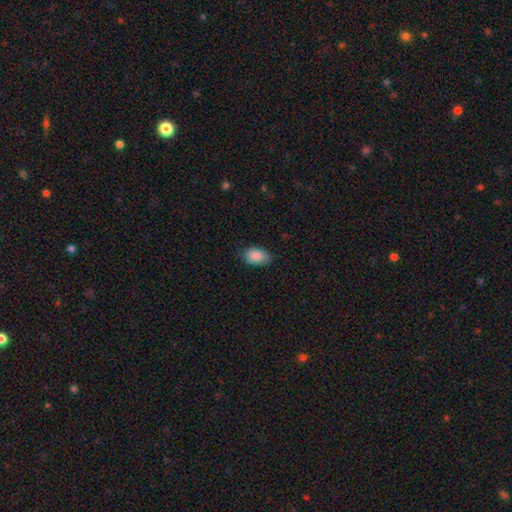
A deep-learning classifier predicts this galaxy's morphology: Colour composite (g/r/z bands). It shows a smooth galaxy with no disk features (88%) that is in between round and cigar-shaped (86%). Merging: none (76%).